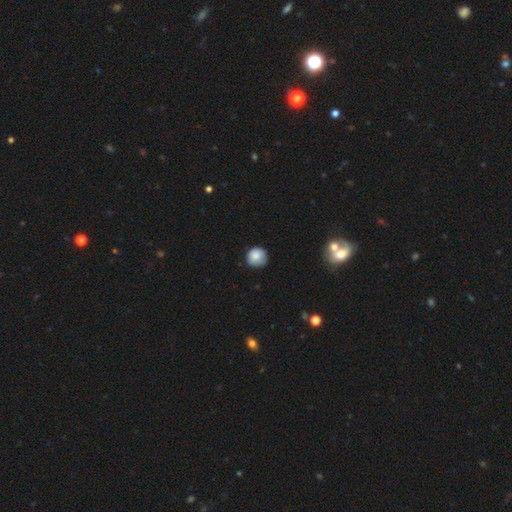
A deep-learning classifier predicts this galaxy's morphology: A smooth galaxy with no disk features (85%) that is round (93%).

Vote fractions:
- Smooth or featured? smooth: 85% / star or artifact: 8% / featured or disk: 7%
- How rounded? round: 93% / in between: 7% / cigar-shaped: 1%
- Merging? none: 80% / minor disturbance: 16% / major disturbance: 2% / merger: 1%